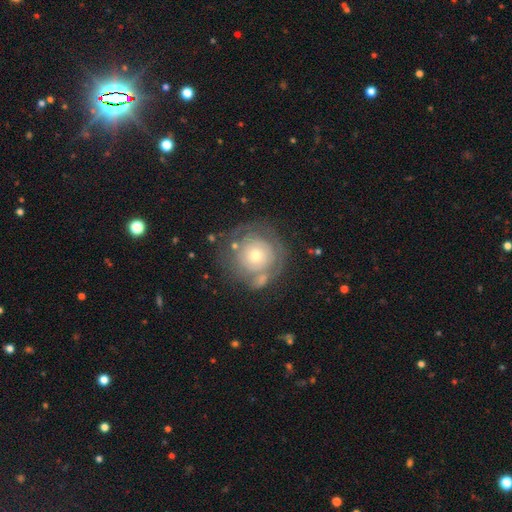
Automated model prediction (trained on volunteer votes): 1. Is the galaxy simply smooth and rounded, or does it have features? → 59% featured or disk, 34% smooth, 8% star or artifact.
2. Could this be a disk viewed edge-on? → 97% no, 3% yes.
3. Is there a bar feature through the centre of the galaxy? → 89% no, 9% weak, 2% strong.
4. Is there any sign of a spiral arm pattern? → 56% yes, 44% no.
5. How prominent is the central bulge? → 51% moderate, 42% small, 5% large, 1% dominant, 1% none.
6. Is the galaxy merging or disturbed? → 65% none, 16% minor disturbance, 10% major disturbance, 9% merger.